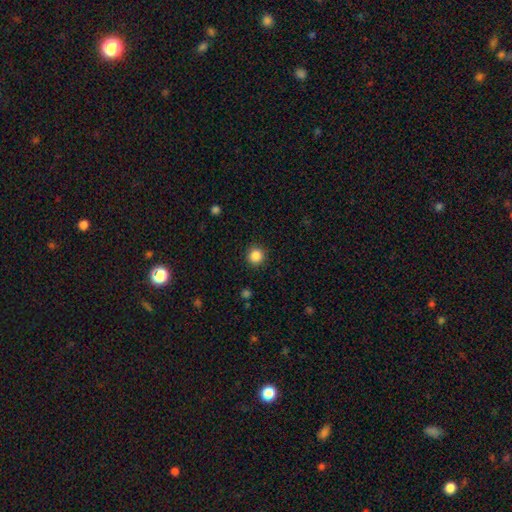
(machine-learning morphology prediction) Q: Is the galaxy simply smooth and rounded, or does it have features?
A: smooth — 86%.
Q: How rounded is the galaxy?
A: round — 95%.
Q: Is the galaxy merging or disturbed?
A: none — 91%.